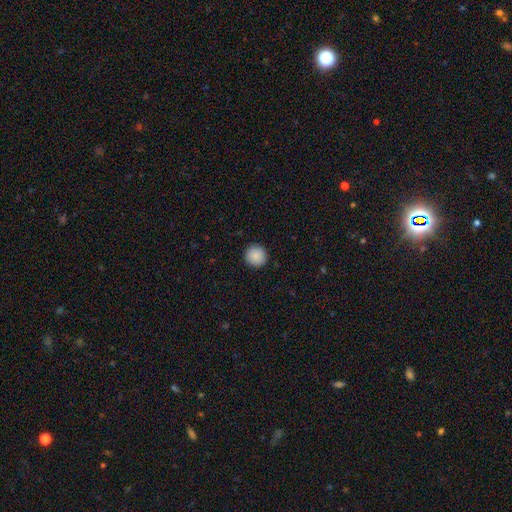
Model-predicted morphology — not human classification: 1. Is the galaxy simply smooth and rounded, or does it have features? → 89% smooth, 8% star or artifact, 3% featured or disk.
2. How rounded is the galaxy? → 96% round, 4% in between, 1% cigar-shaped.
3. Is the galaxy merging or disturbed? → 93% none, 5% minor disturbance, 2% major disturbance, 1% merger.